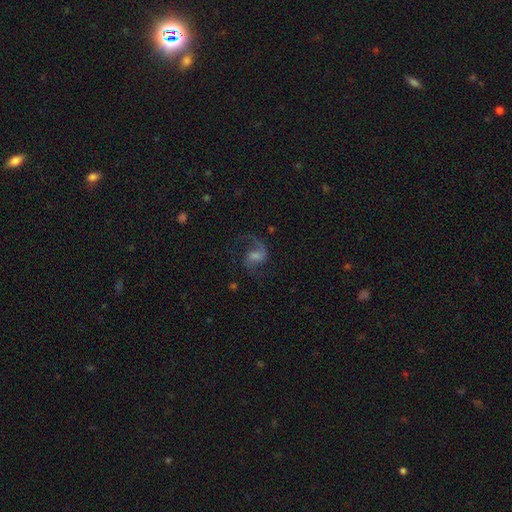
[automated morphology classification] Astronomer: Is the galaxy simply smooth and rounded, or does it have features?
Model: featured or disk — 80%.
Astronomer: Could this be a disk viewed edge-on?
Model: no — 98%.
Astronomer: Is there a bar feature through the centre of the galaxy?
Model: weak — 49% (runner-up: no, 34%).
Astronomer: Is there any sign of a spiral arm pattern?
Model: yes — 95%.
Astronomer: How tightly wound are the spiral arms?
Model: loose — 52% (runner-up: medium, 42%).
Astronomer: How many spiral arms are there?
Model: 2 — 81%.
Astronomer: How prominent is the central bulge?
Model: moderate — 32%, tied with small at 32%.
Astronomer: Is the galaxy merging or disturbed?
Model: none — 66%.